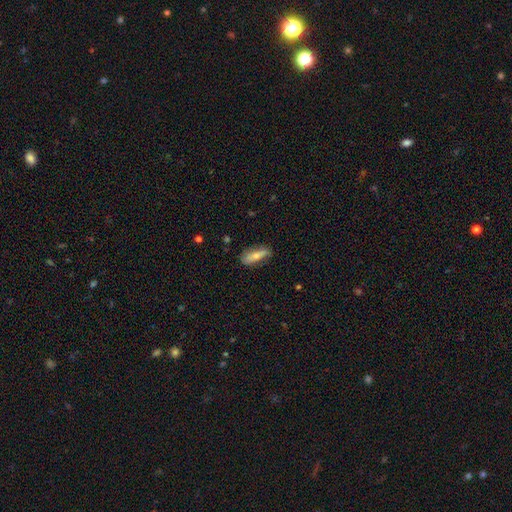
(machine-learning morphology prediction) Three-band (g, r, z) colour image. It shows a smooth galaxy with no disk features (64%) that is in between round and cigar-shaped (57%). Merging: none (74%).